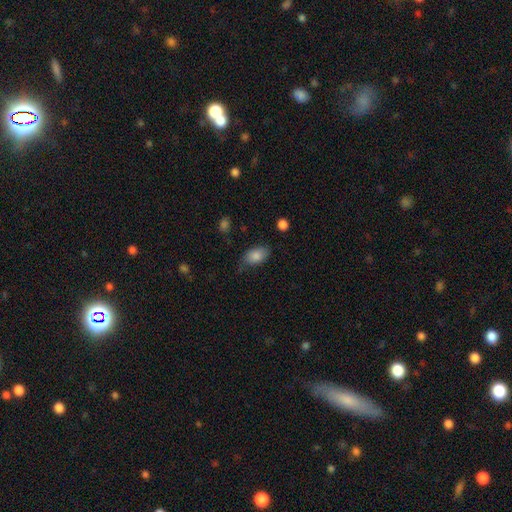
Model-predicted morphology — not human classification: smooth 85%, featured or disk 8%, star or artifact 8%. Down the decision tree: how rounded — in between (90%); merging — none (66%).